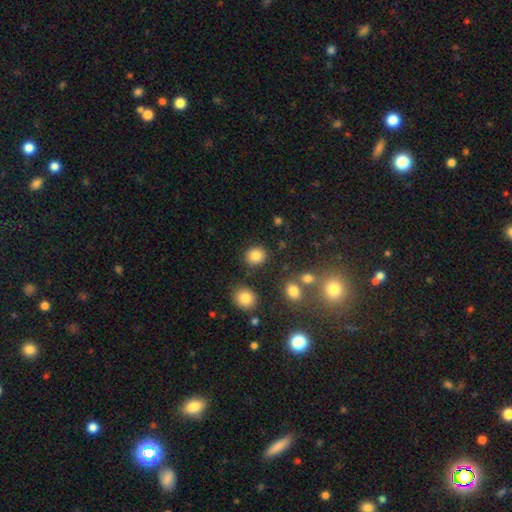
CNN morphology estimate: Smooth or featured: smooth — 84% (star or artifact — 11%)
How rounded: round — 80% (in between — 19%)
Merging: none — 85% (minor disturbance — 8%)